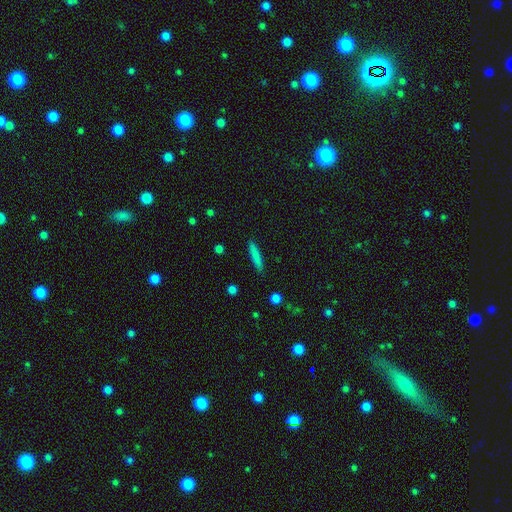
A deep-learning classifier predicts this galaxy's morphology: Smooth or featured? Predicted: smooth (p=0.81). How rounded? Predicted: cigar-shaped (p=0.90). Merging? Predicted: none (p=0.89).